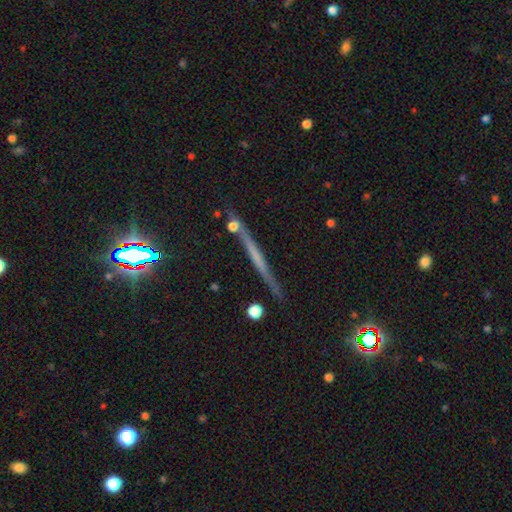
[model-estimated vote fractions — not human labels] featured or disk 55%, smooth 28%, star or artifact 17%. Down the decision tree: edge-on disk — yes (96%); edge-on bulge — none (75%); merging — none (83%).